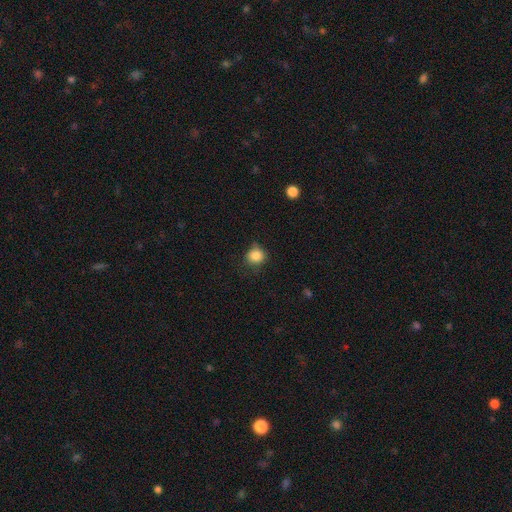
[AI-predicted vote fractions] The model was most divided on "merging": none: 75%, minor disturbance: 19%, major disturbance: 4%, merger: 2%. More confident: how rounded — round (86%); smooth or featured — smooth (84%).